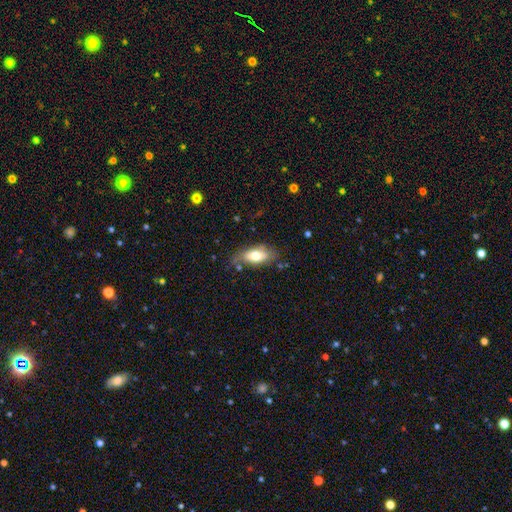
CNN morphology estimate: Smooth or featured?
  - smooth: 70% *
  - featured or disk: 24%
  - star or artifact: 7%
How rounded?
  - in between: 84% *
  - cigar-shaped: 12%
  - round: 3%
Merging?
  - none: 65% *
  - minor disturbance: 24%
  - major disturbance: 7%
  - merger: 4%